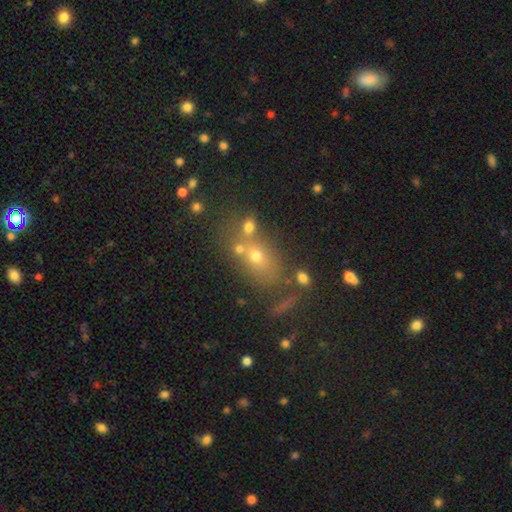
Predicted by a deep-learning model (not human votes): A smooth galaxy with no disk features (48%). Merging: none (50%).